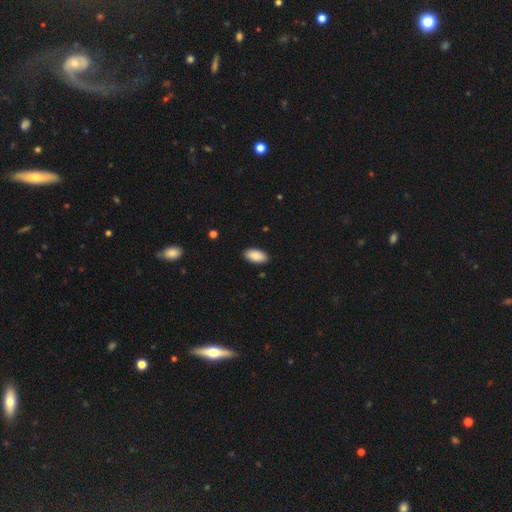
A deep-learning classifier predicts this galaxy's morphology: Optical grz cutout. It shows a smooth galaxy with no disk features (90%) that is in between round and cigar-shaped (94%). Merging: none (89%).